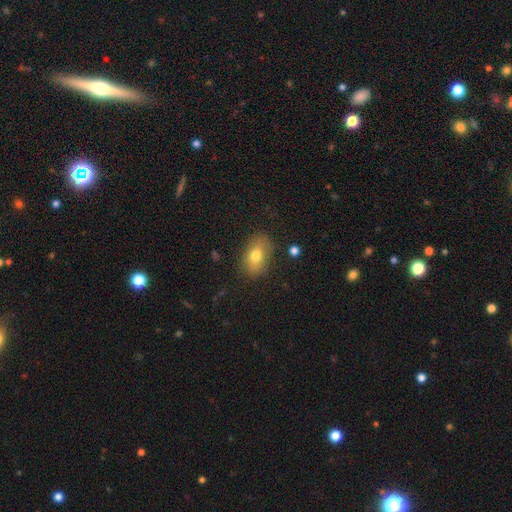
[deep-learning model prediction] The model was most divided on "smooth or featured": smooth: 73%, featured or disk: 18%, star or artifact: 9%. More confident: how rounded — in between (84%); merging — none (79%).